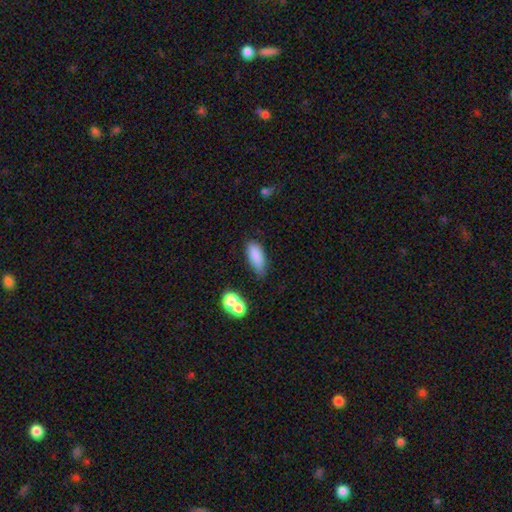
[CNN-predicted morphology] smooth 84%, star or artifact 9%, featured or disk 8%. Down the decision tree: how rounded — in between (75%); merging — none (64%).